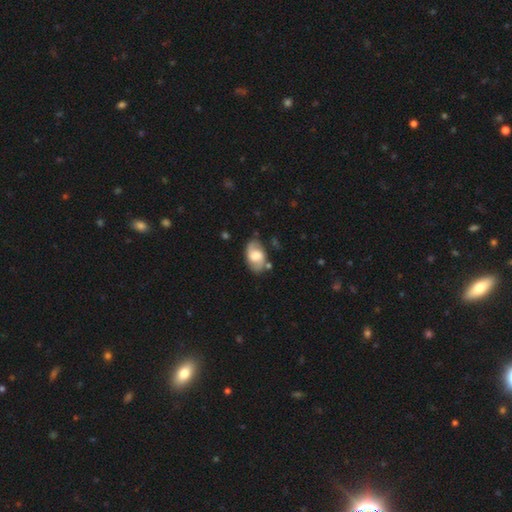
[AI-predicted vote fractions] Overall: featured or disk (50%; smooth 44%). Merging: none (71%).